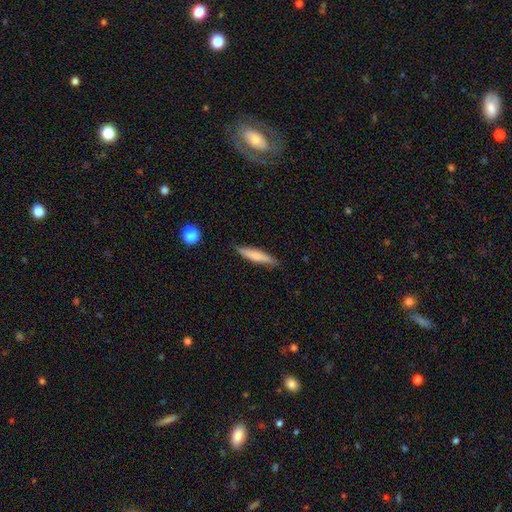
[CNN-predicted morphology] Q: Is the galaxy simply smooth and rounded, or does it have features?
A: smooth — 69%.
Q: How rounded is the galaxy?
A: cigar-shaped — 88%.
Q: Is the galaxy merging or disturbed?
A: none — 84%.